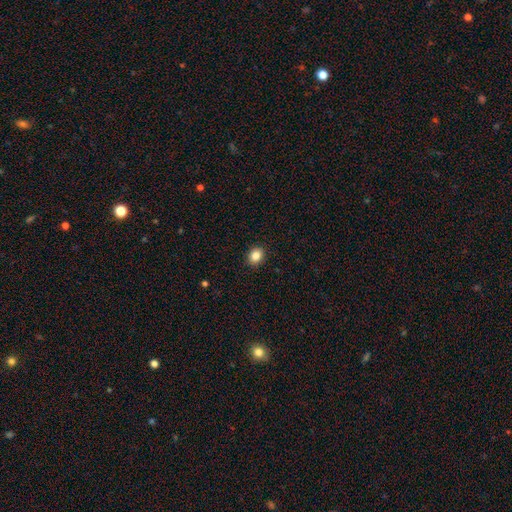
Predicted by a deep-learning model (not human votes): Smooth or featured? smooth (85%)
How rounded? round (56%)
Merging? none (91%)